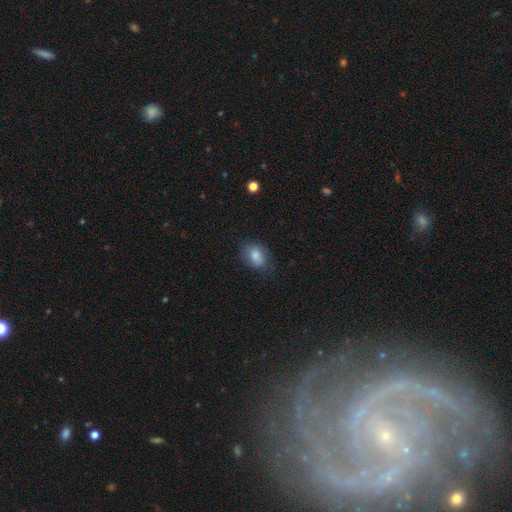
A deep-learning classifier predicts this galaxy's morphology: smooth_or_featured: smooth (p=0.81) [alt: featured or disk p=0.11]
how_rounded: in between (p=0.67) [alt: round p=0.32]
merging: none (p=0.69) [alt: minor disturbance p=0.23]